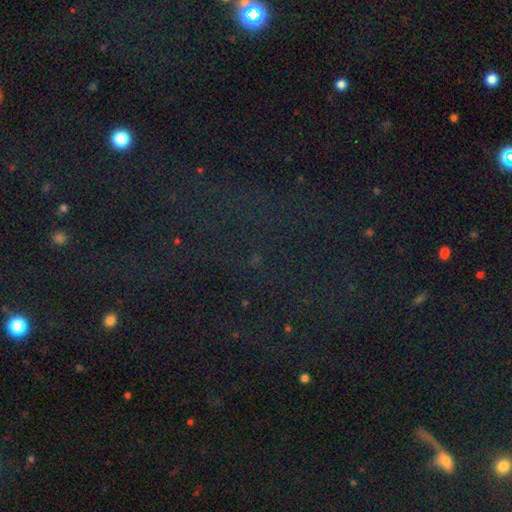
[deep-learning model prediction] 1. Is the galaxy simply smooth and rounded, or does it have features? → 75% star or artifact, 15% smooth, 10% featured or disk.